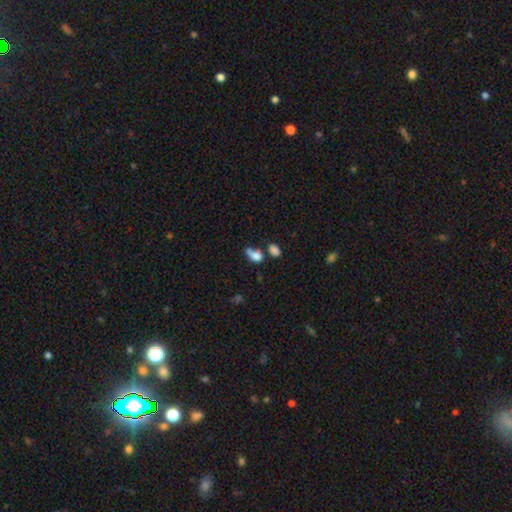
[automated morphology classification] The model was most divided on "merging": merger: 43%, none: 27%, minor disturbance: 16%, major disturbance: 14%. More confident: how rounded — in between (76%); smooth or featured — smooth (74%).